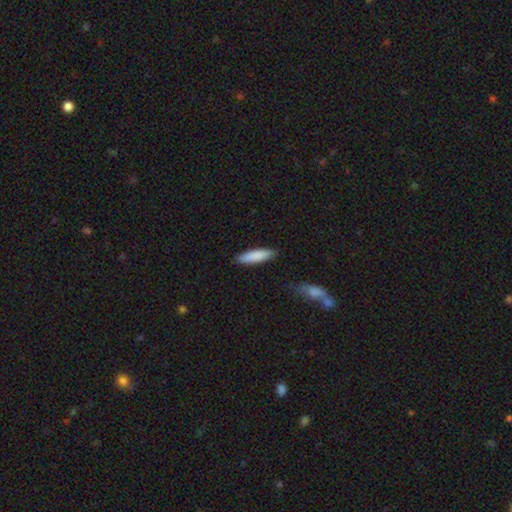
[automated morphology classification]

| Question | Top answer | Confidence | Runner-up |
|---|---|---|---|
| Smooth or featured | smooth | 86% | featured or disk (8%) |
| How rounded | cigar-shaped | 72% | in between (27%) |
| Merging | none | 87% | minor disturbance (10%) |